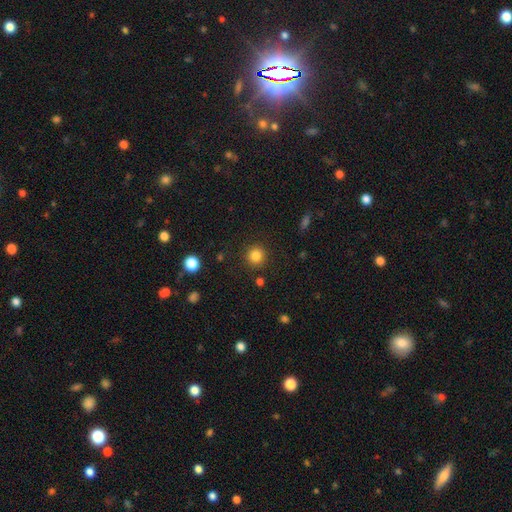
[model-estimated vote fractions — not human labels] Smooth or featured?
  - smooth: 83% *
  - star or artifact: 12%
  - featured or disk: 5%
How rounded?
  - round: 94% *
  - in between: 5%
  - cigar-shaped: 1%
Merging?
  - none: 90% *
  - minor disturbance: 6%
  - major disturbance: 2%
  - merger: 2%